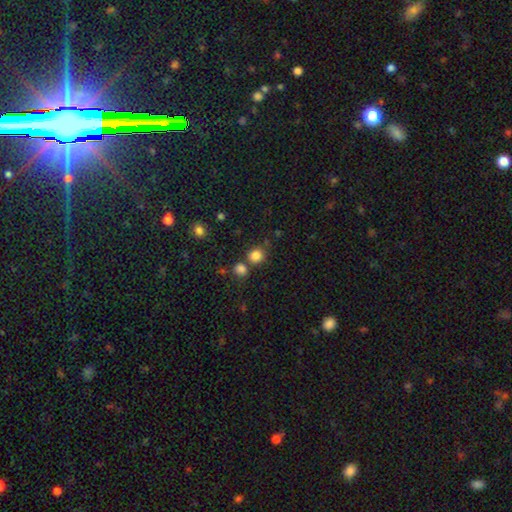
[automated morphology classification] Smooth or featured?
  - smooth: 83% *
  - star or artifact: 13%
  - featured or disk: 5%
How rounded?
  - round: 85% *
  - in between: 14%
  - cigar-shaped: 1%
Merging?
  - none: 71% *
  - merger: 17%
  - minor disturbance: 9%
  - major disturbance: 3%